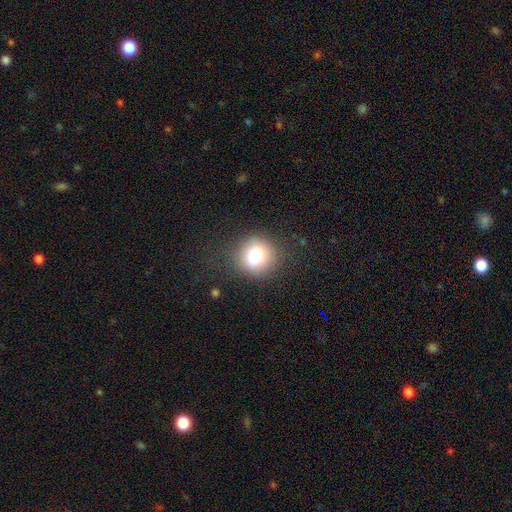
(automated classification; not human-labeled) Overall: smooth (78%). How rounded: round (78%). Merging: none (79%).